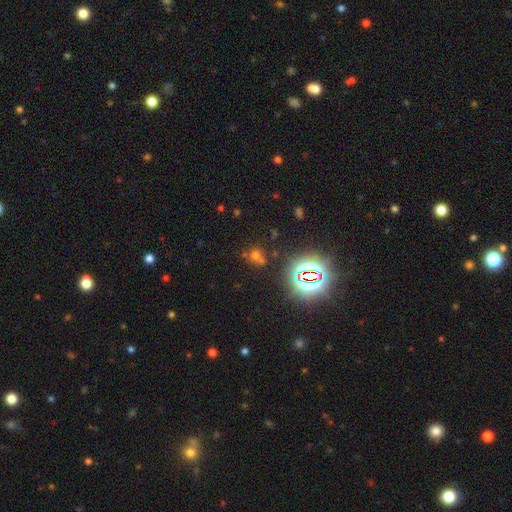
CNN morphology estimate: This appears to be a smooth galaxy with no disk features (47%). Merging: none (57%).